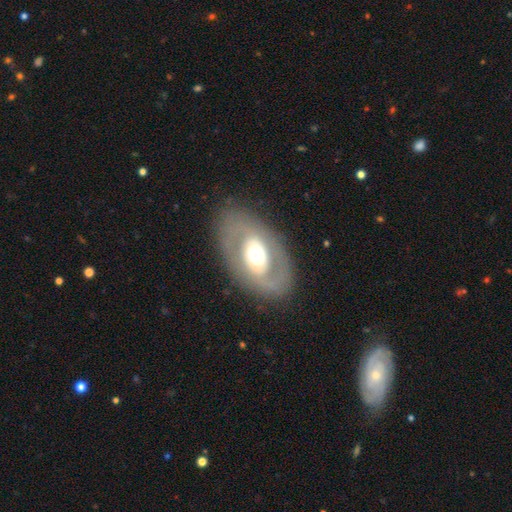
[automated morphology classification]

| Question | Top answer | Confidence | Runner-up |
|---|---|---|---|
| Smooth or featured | featured or disk | 60% | smooth (33%) |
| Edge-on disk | no | 91% | yes (9%) |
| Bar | no | 74% | weak (17%) |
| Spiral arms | no | 76% | yes (24%) |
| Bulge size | moderate | 50% | large (37%) |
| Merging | none | 81% | minor disturbance (11%) |